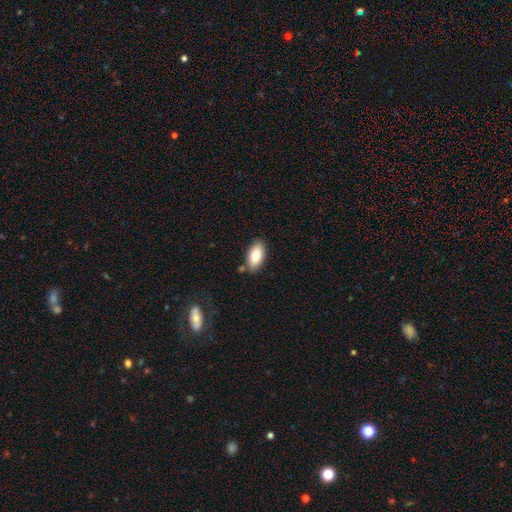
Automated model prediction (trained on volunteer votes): A smooth galaxy with no disk features (79%) that is in between round and cigar-shaped (92%).

Vote fractions:
- Smooth or featured? smooth: 79% / featured or disk: 14% / star or artifact: 7%
- How rounded? in between: 92% / cigar-shaped: 5% / round: 3%
- Merging? none: 81% / minor disturbance: 12% / merger: 5% / major disturbance: 3%